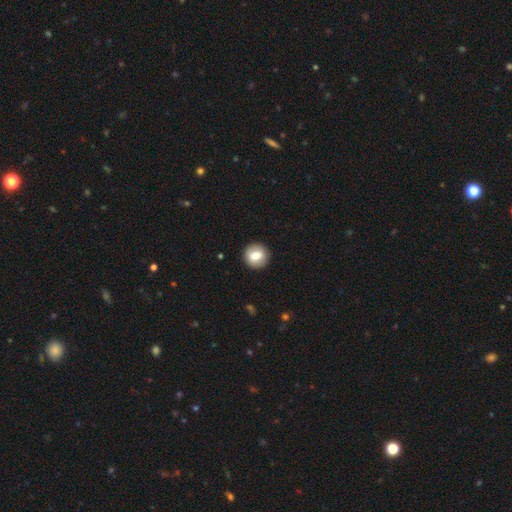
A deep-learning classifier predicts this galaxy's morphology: This appears to be a smooth galaxy with no disk features (72%) that is round (89%). Merging: none (91%).